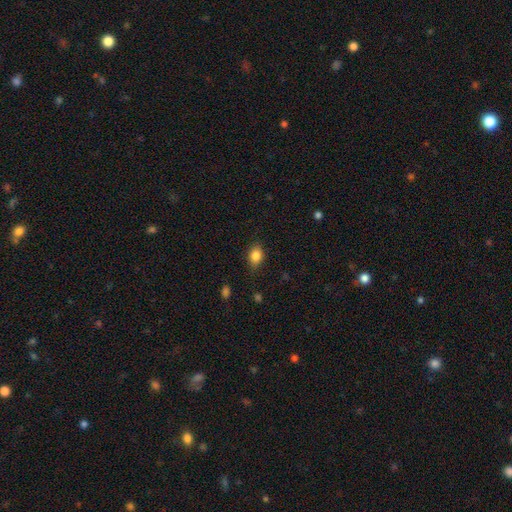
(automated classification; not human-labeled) Smooth or featured? smooth (84%)
How rounded? in between (68%)
Merging? none (81%)